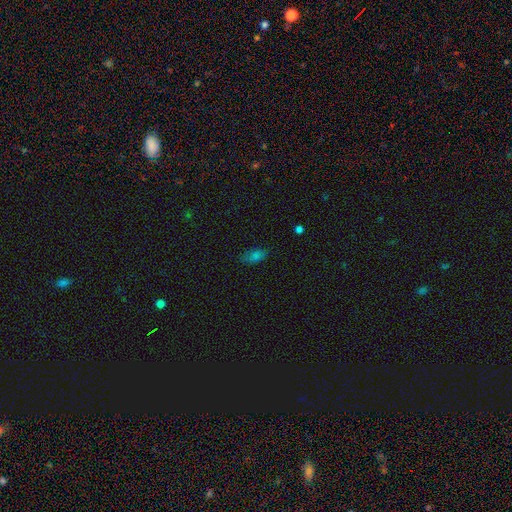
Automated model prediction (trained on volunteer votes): The model was most divided on "smooth or featured": smooth: 63%, star or artifact: 22%, featured or disk: 14%. More confident: how rounded — in between (84%); merging — none (78%).